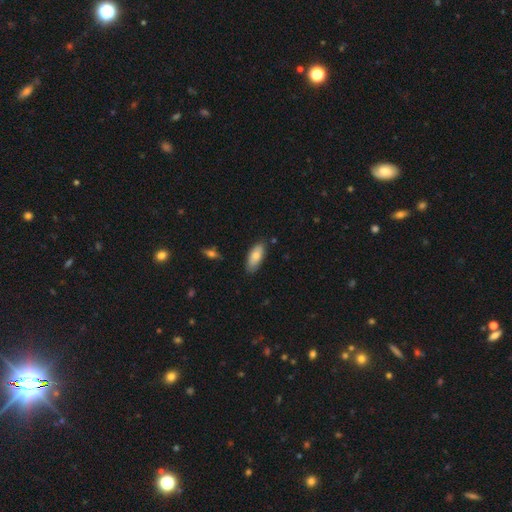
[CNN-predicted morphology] This is clearly a smooth galaxy (80%). How rounded: clearly in between (82%). Merging: likely none (80%).